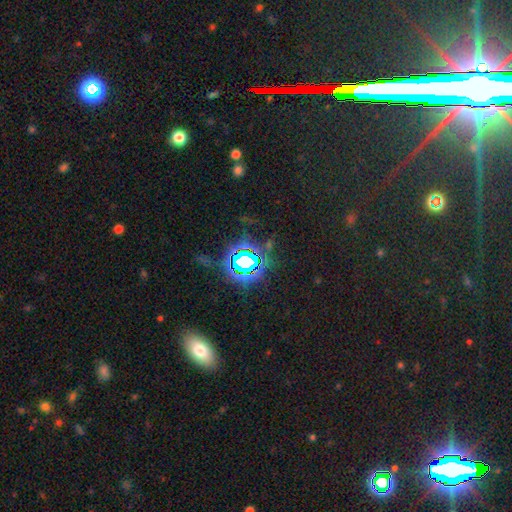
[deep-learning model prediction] Smooth or featured? Predicted: star or artifact (p=0.62).